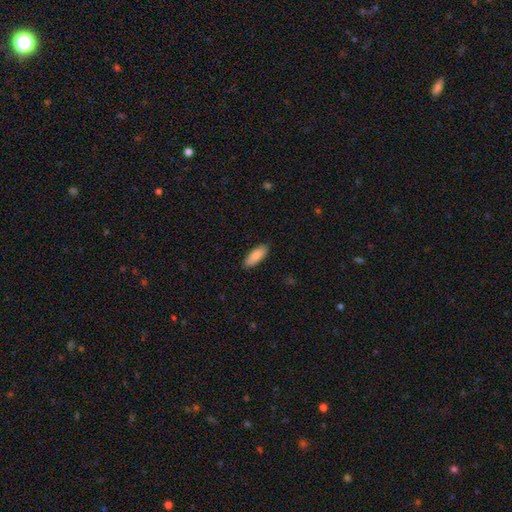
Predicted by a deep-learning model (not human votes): A smooth galaxy with no disk features (86%) that is in between round and cigar-shaped (69%).

Vote fractions:
- Smooth or featured? smooth: 86% / featured or disk: 9% / star or artifact: 6%
- How rounded? in between: 69% / cigar-shaped: 29% / round: 2%
- Merging? none: 88% / minor disturbance: 9% / major disturbance: 2% / merger: 1%